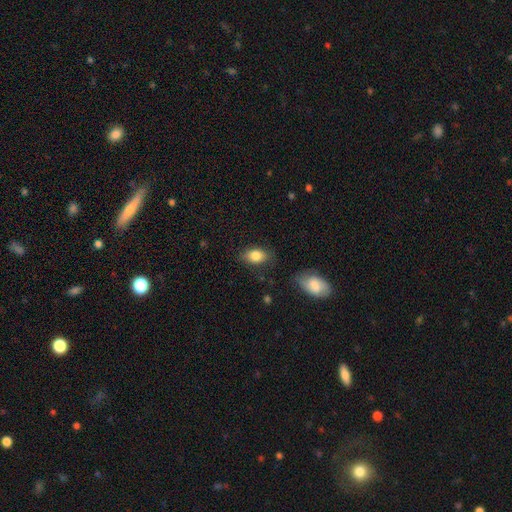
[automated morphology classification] Q: Smooth or featured?
A: smooth (83%); runner-up: featured or disk (10%)
Q: How rounded?
A: in between (86%); runner-up: round (12%)
Q: Merging?
A: none (78%); runner-up: minor disturbance (16%)